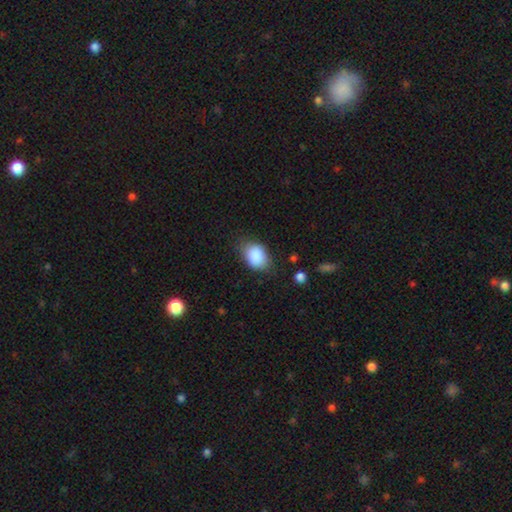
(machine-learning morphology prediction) smooth-or-featured: smooth: 88% | star or artifact: 7% | featured or disk: 5%
  how-rounded: in between: 76% | round: 22% | cigar-shaped: 1%
  merging: none: 69% | minor disturbance: 23% | major disturbance: 6% | merger: 2%